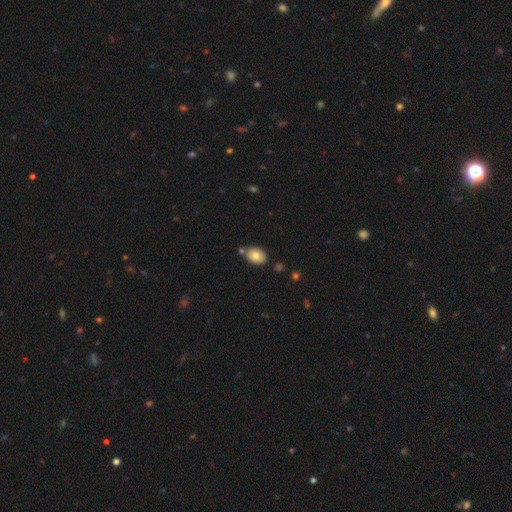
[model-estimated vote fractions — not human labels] Smooth or featured: smooth — 80% (featured or disk — 12%)
How rounded: in between — 79% (round — 20%)
Merging: none — 76% (minor disturbance — 12%)